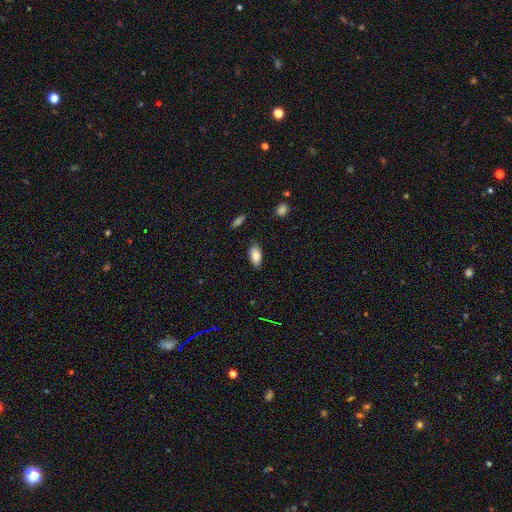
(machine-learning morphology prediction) type=smooth (83%); roundness=in between (92%); merging=none (76%).